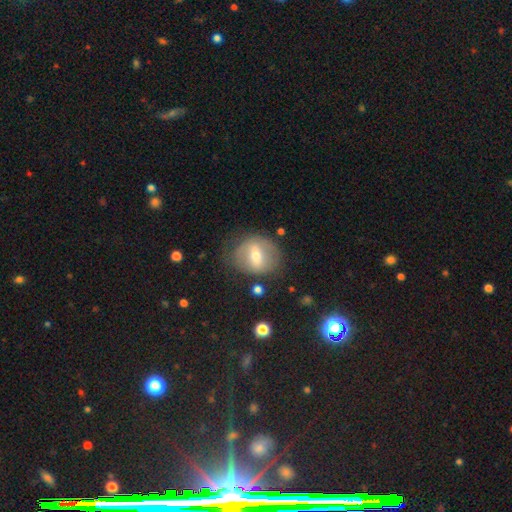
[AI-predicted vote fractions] Smooth or featured?
  - featured or disk: 48% *
  - smooth: 44%
  - star or artifact: 8%
Merging?
  - none: 69% *
  - minor disturbance: 19%
  - major disturbance: 9%
  - merger: 2%